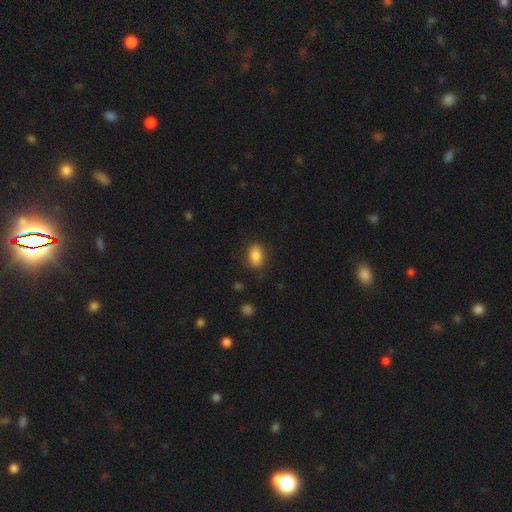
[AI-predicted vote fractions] The model was most divided on "how rounded": in between: 79%, round: 19%, cigar-shaped: 2%. More confident: smooth or featured — smooth (85%); merging — none (80%).